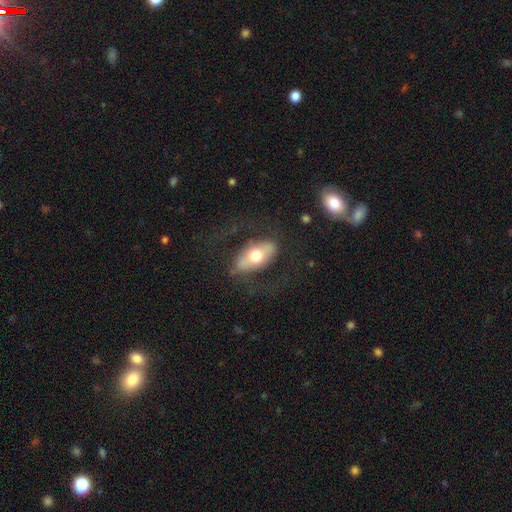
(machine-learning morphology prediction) Smooth or featured? Predicted: smooth (p=0.49). Merging? Predicted: none (p=0.70).